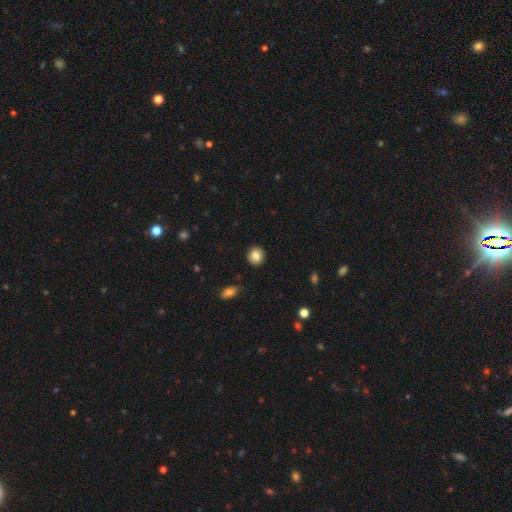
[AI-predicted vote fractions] smooth 85%, star or artifact 8%, featured or disk 7%. Down the decision tree: how rounded — round (86%); merging — none (91%).